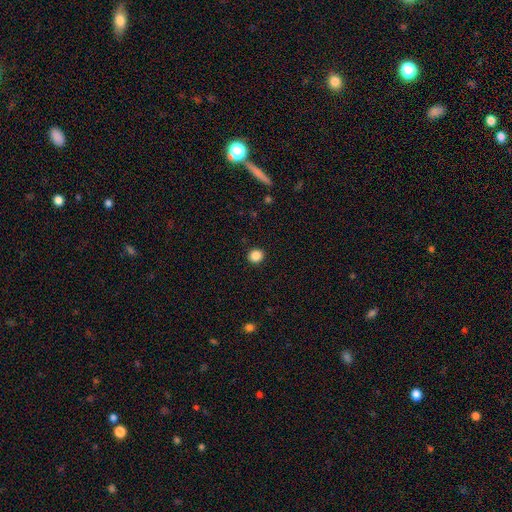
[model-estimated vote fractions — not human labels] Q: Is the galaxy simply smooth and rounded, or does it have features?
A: smooth — 86%.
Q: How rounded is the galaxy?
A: round — 88%.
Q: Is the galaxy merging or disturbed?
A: none — 92%.